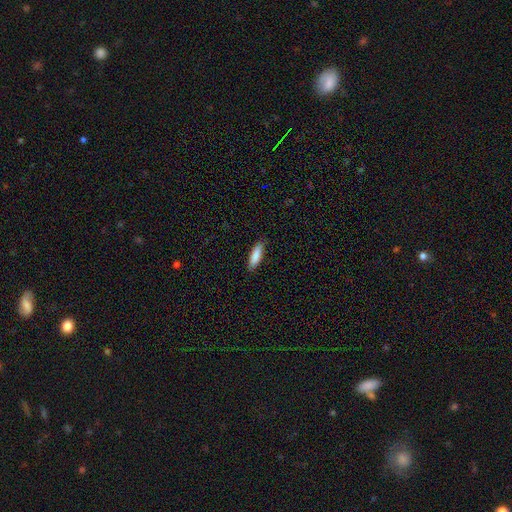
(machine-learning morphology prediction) This appears to be a smooth galaxy with no disk features (87%) that is cigar-shaped (57%). Merging: none (87%).